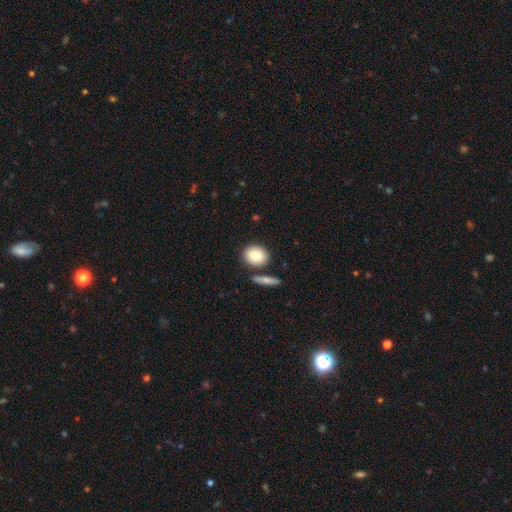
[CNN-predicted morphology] Q: Smooth or featured?
A: smooth (83%); runner-up: featured or disk (10%)
Q: How rounded?
A: round (64%); runner-up: in between (34%)
Q: Merging?
A: none (74%); runner-up: merger (13%)